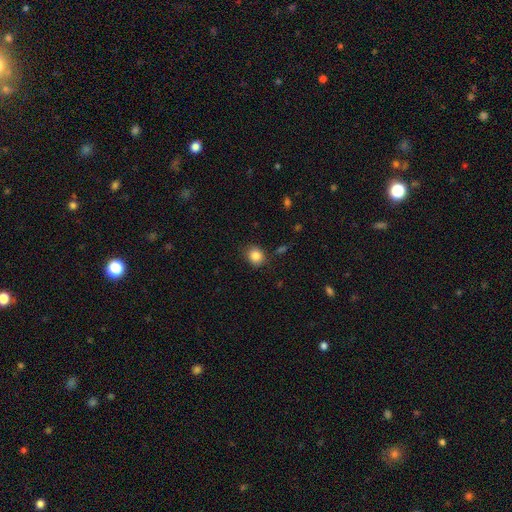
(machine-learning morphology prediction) Smooth or featured?
  - smooth: 84% *
  - star or artifact: 10%
  - featured or disk: 6%
How rounded?
  - round: 72% *
  - in between: 27%
  - cigar-shaped: 1%
Merging?
  - none: 84% *
  - minor disturbance: 11%
  - major disturbance: 3%
  - merger: 2%